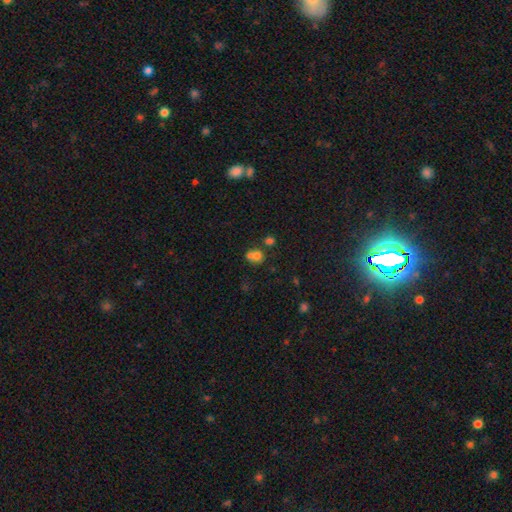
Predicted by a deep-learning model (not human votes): Smooth or featured? smooth (69%)
How rounded? round (70%)
Merging? merger (56%)